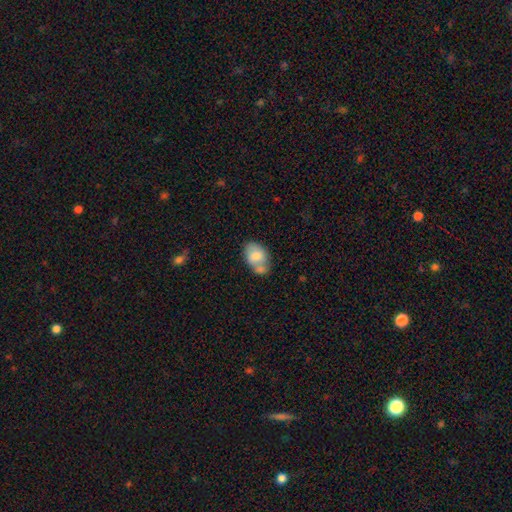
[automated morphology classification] A smooth galaxy with no disk features (73%) that is in between round and cigar-shaped (84%).

Vote fractions:
- Smooth or featured? smooth: 73% / featured or disk: 20% / star or artifact: 7%
- How rounded? in between: 84% / round: 15% / cigar-shaped: 1%
- Merging? none: 41% / merger: 34% / minor disturbance: 19% / major disturbance: 6%